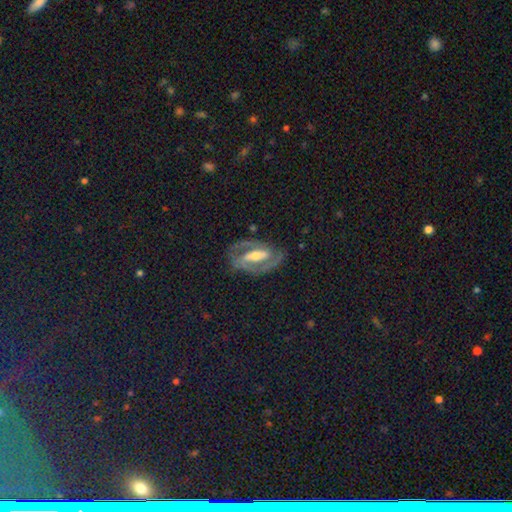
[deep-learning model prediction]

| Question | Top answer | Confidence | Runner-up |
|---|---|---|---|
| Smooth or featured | featured or disk | 85% | smooth (9%) |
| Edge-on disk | no | 95% | yes (5%) |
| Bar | strong | 51% | weak (32%) |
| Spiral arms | yes | 91% | no (9%) |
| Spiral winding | medium | 49% | tight (40%) |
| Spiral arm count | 2 | 89% | can't tell (5%) |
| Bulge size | moderate | 62% | small (25%) |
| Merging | none | 76% | minor disturbance (15%) |